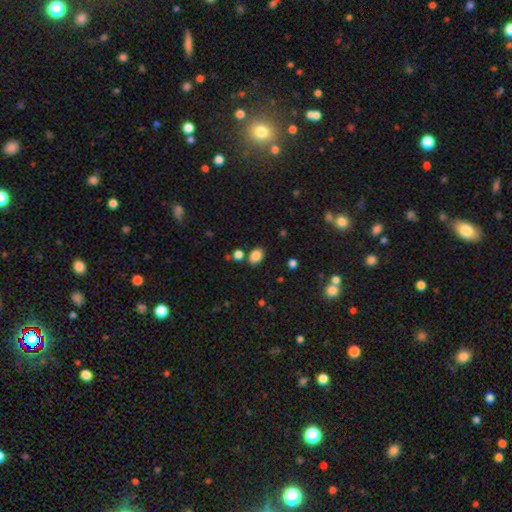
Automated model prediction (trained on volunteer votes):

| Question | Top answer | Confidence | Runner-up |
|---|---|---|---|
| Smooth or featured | smooth | 85% | star or artifact (10%) |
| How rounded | in between | 75% | round (24%) |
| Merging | none | 78% | minor disturbance (11%) |